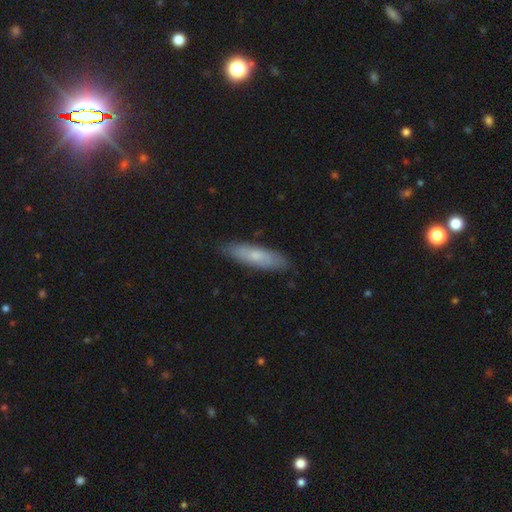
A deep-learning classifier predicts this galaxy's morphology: smooth_or_featured: smooth (p=0.67) [alt: featured or disk p=0.27]
how_rounded: cigar-shaped (p=0.69) [alt: in between p=0.29]
merging: none (p=0.84) [alt: minor disturbance p=0.13]